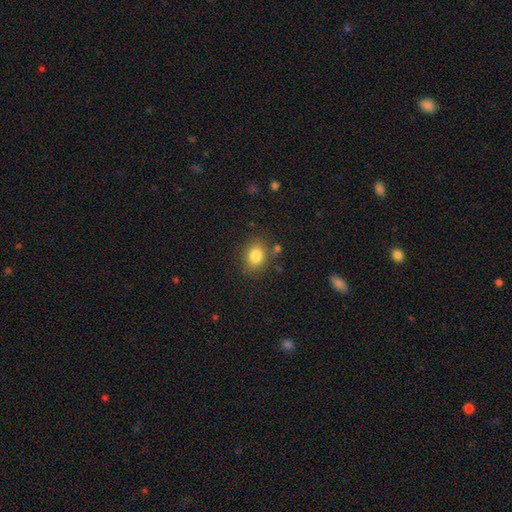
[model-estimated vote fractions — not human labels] A smooth galaxy with no disk features (83%) that is in between round and cigar-shaped (55%).

Vote fractions:
- Smooth or featured? smooth: 83% / star or artifact: 10% / featured or disk: 7%
- How rounded? in between: 55% / round: 44% / cigar-shaped: 1%
- Merging? none: 77% / minor disturbance: 14% / merger: 5% / major disturbance: 4%